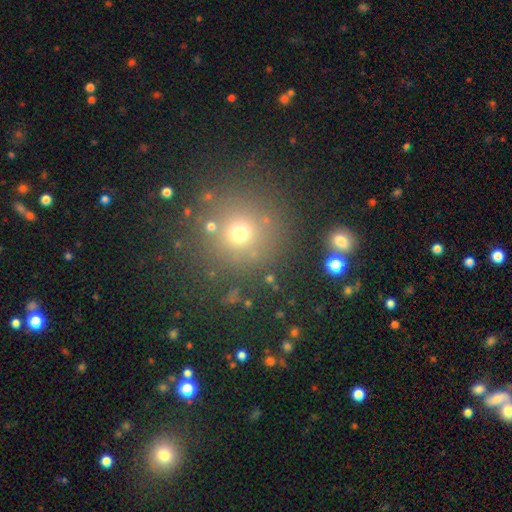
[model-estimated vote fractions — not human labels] smooth-or-featured: smooth: 54% | star or artifact: 37% | featured or disk: 9%
  how-rounded: round: 94% | in between: 5% | cigar-shaped: 1%
  merging: none: 84% | minor disturbance: 8% | merger: 4% | major disturbance: 4%